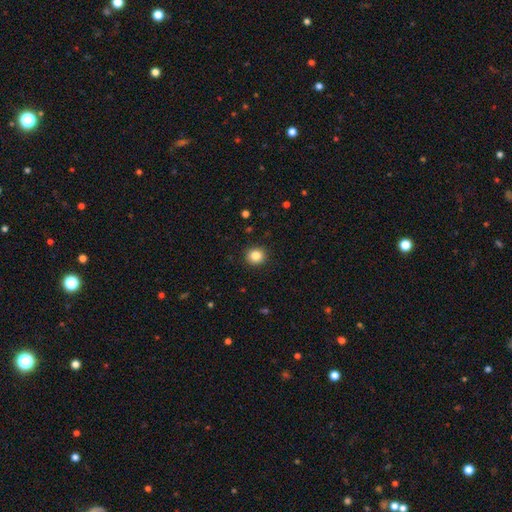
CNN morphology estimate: smooth 85%, star or artifact 10%, featured or disk 5%. Down the decision tree: how rounded — round (90%); merging — none (92%).